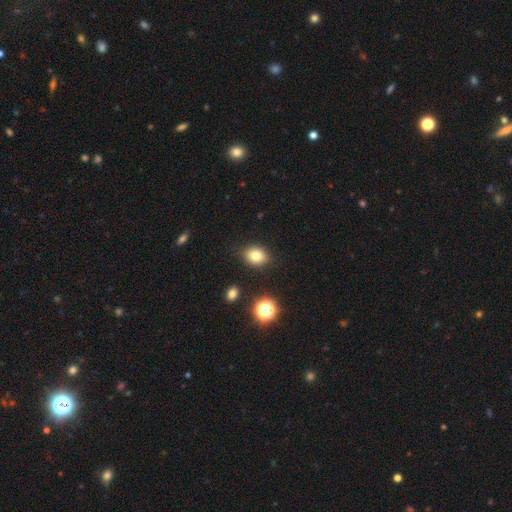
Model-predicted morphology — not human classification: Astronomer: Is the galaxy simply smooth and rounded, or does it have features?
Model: smooth — 80%.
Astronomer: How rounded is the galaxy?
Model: in between — 53% (runner-up: round, 46%).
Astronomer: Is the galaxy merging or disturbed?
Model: none — 86%.